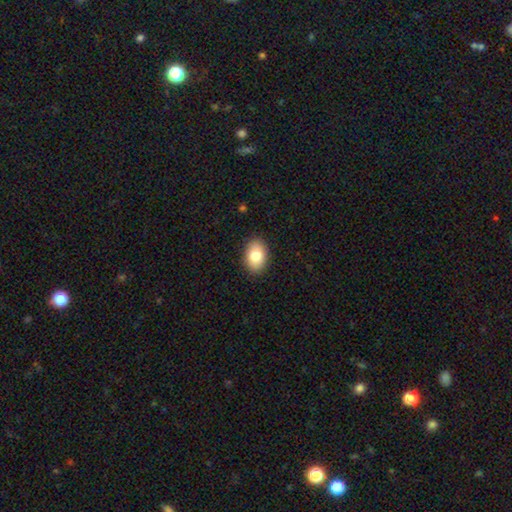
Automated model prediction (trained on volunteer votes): smooth 83%, featured or disk 10%, star or artifact 7%. Down the decision tree: how rounded — in between (87%); merging — none (88%).